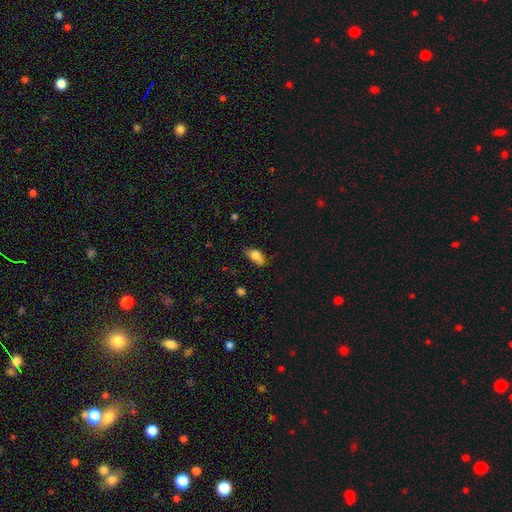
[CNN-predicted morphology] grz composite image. It shows a smooth galaxy with no disk features (75%) that is in between round and cigar-shaped (81%). Merging: none (38%).